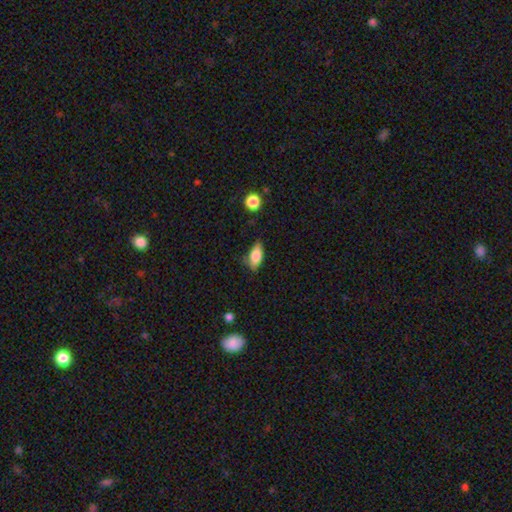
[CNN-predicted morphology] A smooth galaxy with no disk features (78%) that is in between round and cigar-shaped (82%).

Vote fractions:
- Smooth or featured? smooth: 78% / featured or disk: 14% / star or artifact: 7%
- How rounded? in between: 82% / cigar-shaped: 14% / round: 3%
- Merging? none: 71% / minor disturbance: 22% / major disturbance: 4% / merger: 2%